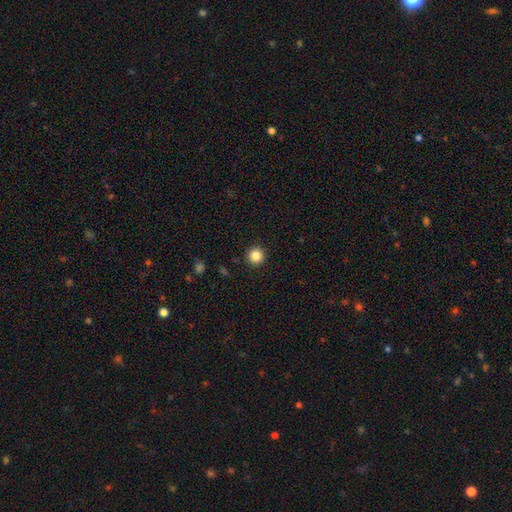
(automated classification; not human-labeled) Morphology: type=smooth (85%); roundness=round (96%); merging=none (93%).